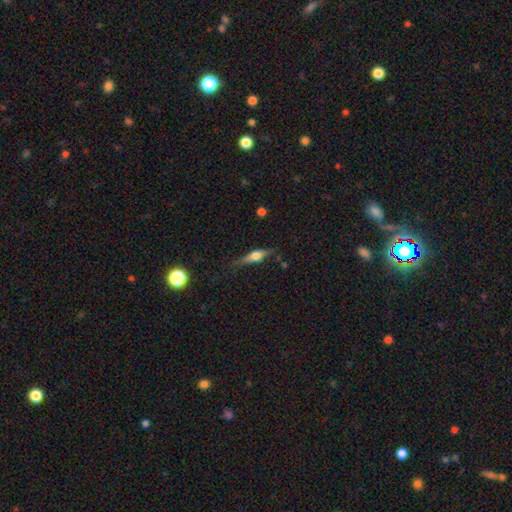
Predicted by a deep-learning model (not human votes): Q: Smooth or featured?
A: featured or disk (56%); runner-up: smooth (36%)
Q: Edge-on disk?
A: yes (94%); runner-up: no (6%)
Q: Edge-on bulge?
A: rounded (93%); runner-up: boxy (5%)
Q: Merging?
A: none (71%); runner-up: minor disturbance (20%)